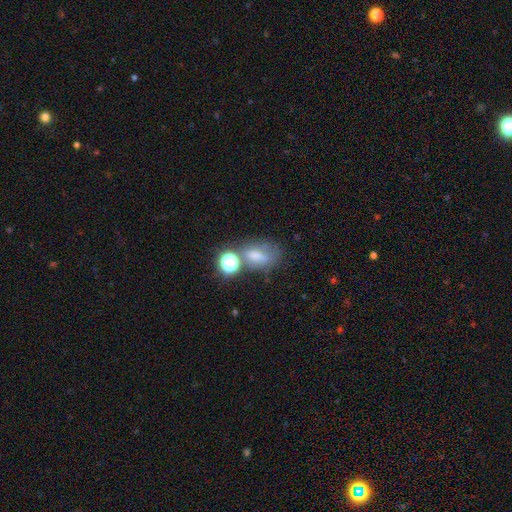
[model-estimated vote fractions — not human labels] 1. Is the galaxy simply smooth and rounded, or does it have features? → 48% smooth, 30% star or artifact, 22% featured or disk.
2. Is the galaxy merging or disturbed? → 48% none, 20% merger, 19% minor disturbance, 14% major disturbance.